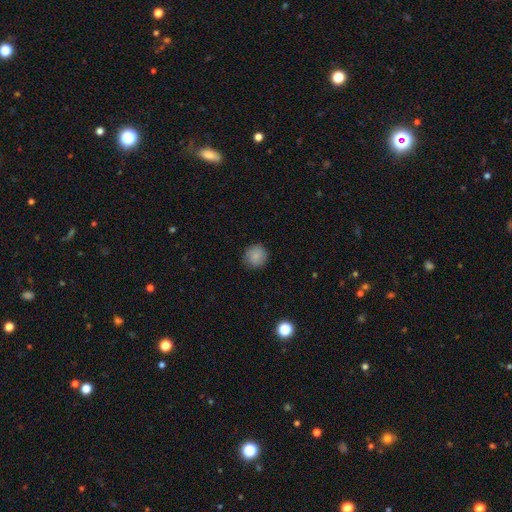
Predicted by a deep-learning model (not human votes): The model was most divided on "merging": none: 86%, minor disturbance: 10%, major disturbance: 3%, merger: 1%. More confident: how rounded — round (92%); smooth or featured — smooth (84%).